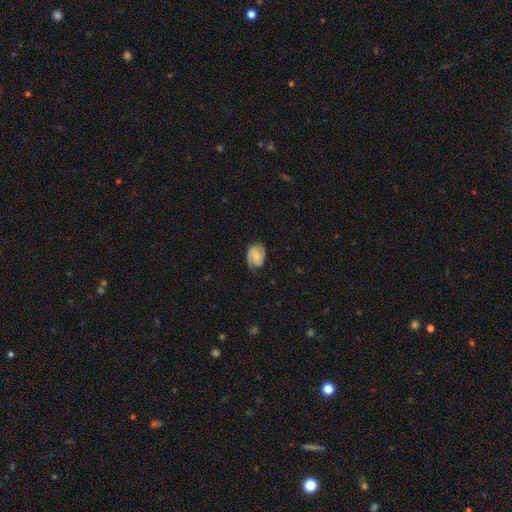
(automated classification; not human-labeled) smooth-or-featured: featured or disk: 47% | smooth: 46% | star or artifact: 7%
  merging: none: 61% | minor disturbance: 29% | major disturbance: 9% | merger: 1%